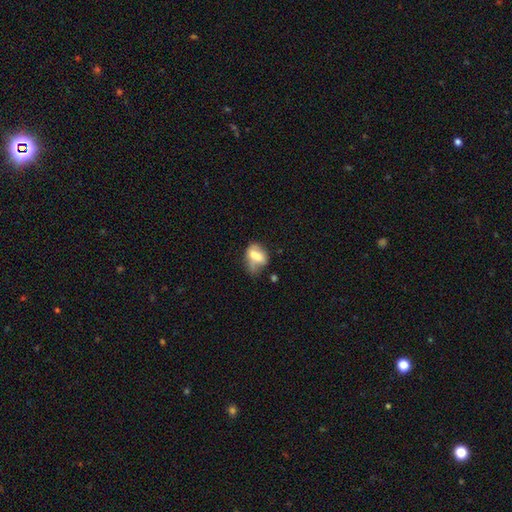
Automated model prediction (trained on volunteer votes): Smooth or featured? Predicted: smooth (p=0.59). How rounded? Predicted: in between (p=0.73). Merging? Predicted: merger (p=0.32).